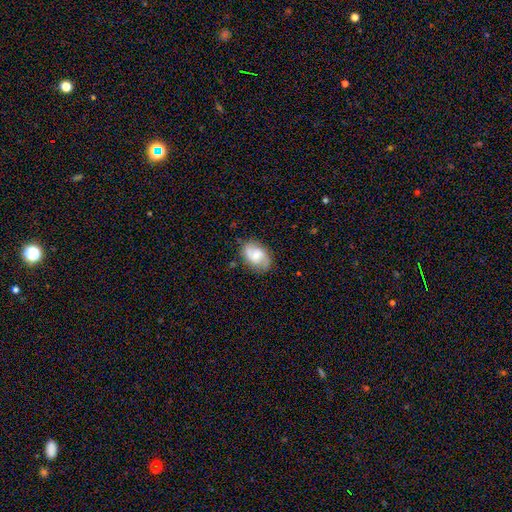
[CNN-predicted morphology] A featured or disk galaxy (56%) with no bar (45%, tied with weak), spiral arms (86%) and a moderate central bulge (48%).

Vote fractions:
- Smooth or featured? featured or disk: 56% / smooth: 37% / star or artifact: 7%
- Edge-on disk? no: 96% / yes: 4%
- Bar? no: 45% (tied) / weak: 45% (tied) / strong: 11%
- Spiral arms? yes: 86% / no: 14%
- Bulge size? moderate: 48% / small: 43% / large: 5% / none: 4% / dominant: 1%
- Merging? none: 77% / minor disturbance: 17% / major disturbance: 5% / merger: 2%